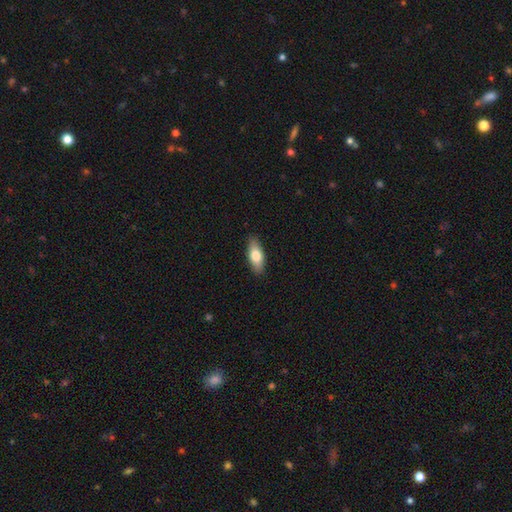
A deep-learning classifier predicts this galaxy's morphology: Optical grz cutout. It shows a smooth galaxy with no disk features (74%) that is in between round and cigar-shaped (76%). Merging: none (88%).